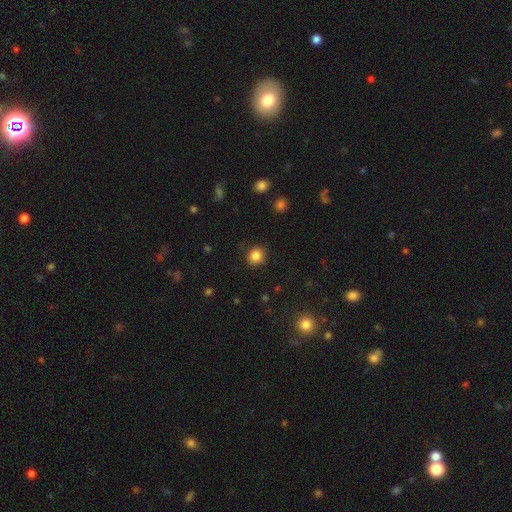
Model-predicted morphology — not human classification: smooth_or_featured: smooth (p=0.85) [alt: star or artifact p=0.11]
how_rounded: round (p=0.89) [alt: in between p=0.11]
merging: none (p=0.90) [alt: minor disturbance p=0.06]